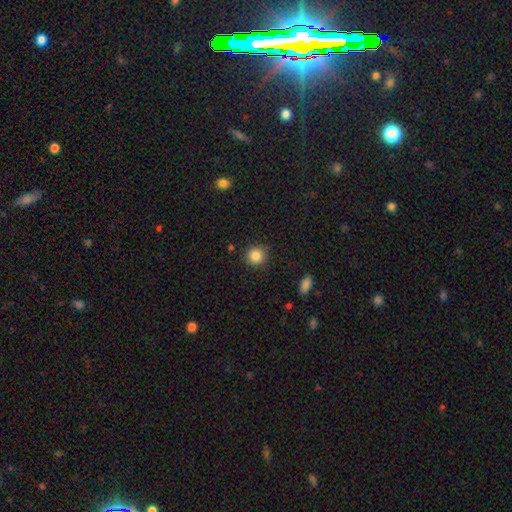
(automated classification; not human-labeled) The model was most divided on "smooth or featured": smooth: 86%, star or artifact: 10%, featured or disk: 4%. More confident: how rounded — round (93%); merging — none (87%).